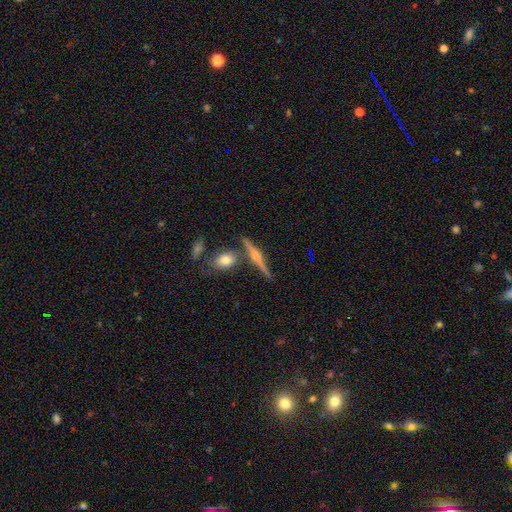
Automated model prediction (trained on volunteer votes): The model was most divided on "smooth or featured": featured or disk: 74%, smooth: 19%, star or artifact: 7%. More confident: edge-on disk — yes (97%); edge-on bulge — rounded (87%); merging — none (78%).